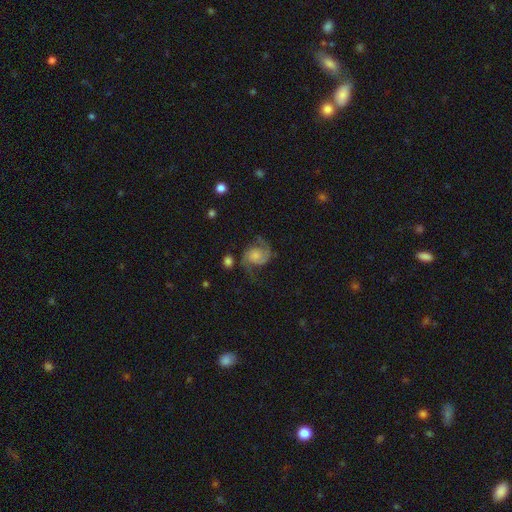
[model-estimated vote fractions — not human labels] smooth_or_featured: featured or disk (p=0.80) [alt: smooth p=0.13]
disk_edge_on: no (p=0.98) [alt: yes p=0.02]
bar: no (p=0.73) [alt: weak p=0.23]
has_spiral_arms: yes (p=0.96) [alt: no p=0.04]
spiral_winding: medium (p=0.46) [alt: loose p=0.41]
spiral_arm_count: 2 (p=0.92) [alt: 1 p=0.02]
bulge_size: none (p=0.34) [alt: small p=0.23]
merging: none (p=0.65) [alt: minor disturbance p=0.18]